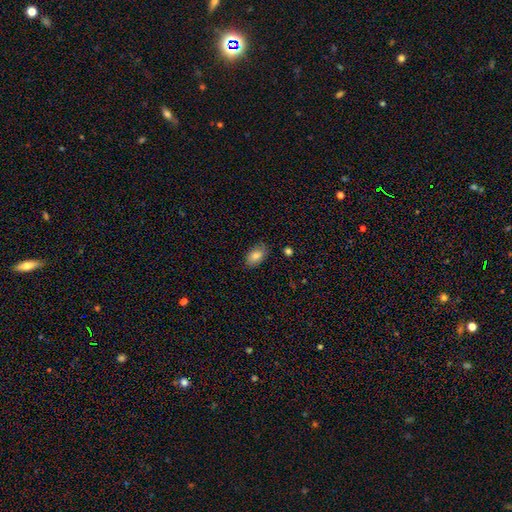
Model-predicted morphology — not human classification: This appears to be a smooth galaxy with no disk features (81%) that is in between round and cigar-shaped (91%). Merging: none (80%).